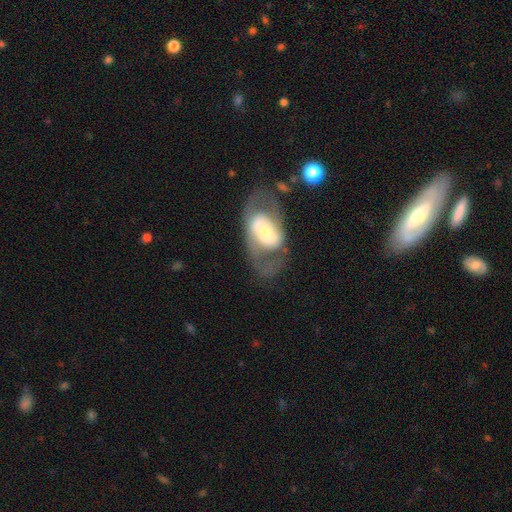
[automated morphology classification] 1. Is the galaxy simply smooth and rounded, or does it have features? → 69% featured or disk, 22% smooth, 9% star or artifact.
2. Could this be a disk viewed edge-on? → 92% no, 8% yes.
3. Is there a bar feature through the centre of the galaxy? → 43% no, 36% weak, 21% strong.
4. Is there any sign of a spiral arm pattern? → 65% yes, 35% no.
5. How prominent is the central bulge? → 41% moderate, 30% large, 19% small, 6% none, 4% dominant.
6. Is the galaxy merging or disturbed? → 57% none, 20% minor disturbance, 18% major disturbance, 4% merger.